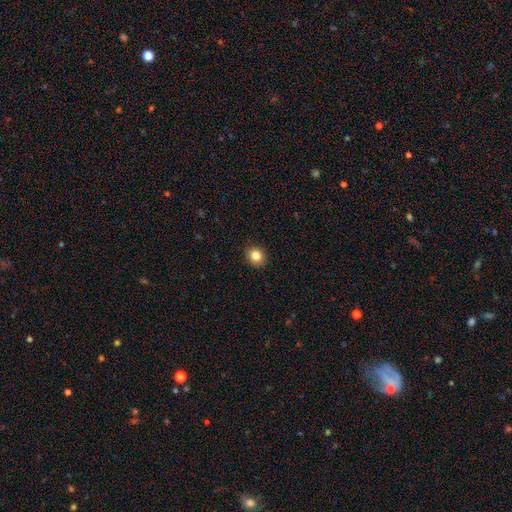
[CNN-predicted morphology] smooth-or-featured: smooth: 85% | star or artifact: 11% | featured or disk: 5%
  how-rounded: round: 79% | in between: 20% | cigar-shaped: 1%
  merging: none: 91% | minor disturbance: 6% | major disturbance: 2% | merger: 1%